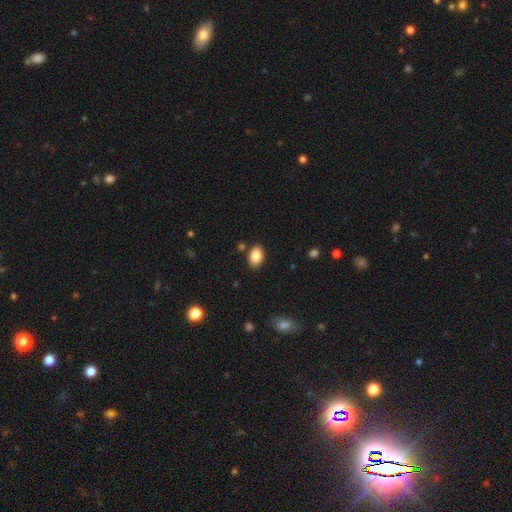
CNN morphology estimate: A smooth galaxy with no disk features (86%) that is in between round and cigar-shaped (89%). Merging: none (85%).